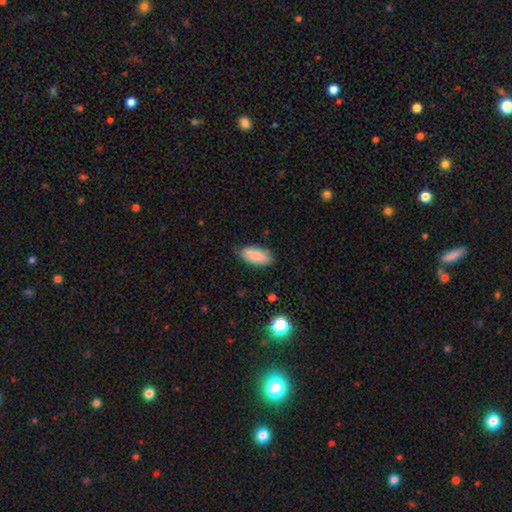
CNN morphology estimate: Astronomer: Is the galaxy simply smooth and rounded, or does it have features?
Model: smooth — 86%.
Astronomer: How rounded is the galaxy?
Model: in between — 87%.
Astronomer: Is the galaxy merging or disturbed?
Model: none — 79%.